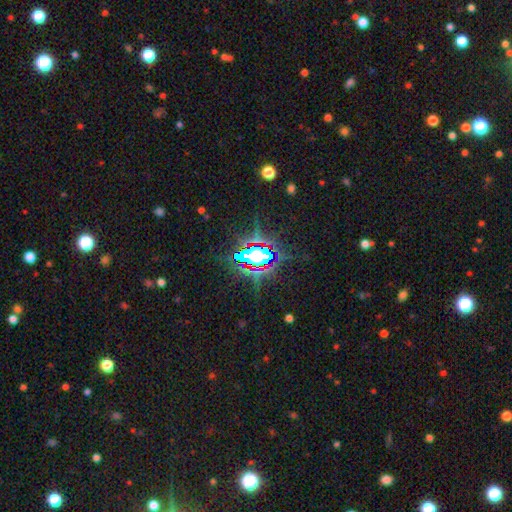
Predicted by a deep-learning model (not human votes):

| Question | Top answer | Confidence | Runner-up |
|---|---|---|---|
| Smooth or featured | star or artifact | 74% | smooth (13%) |